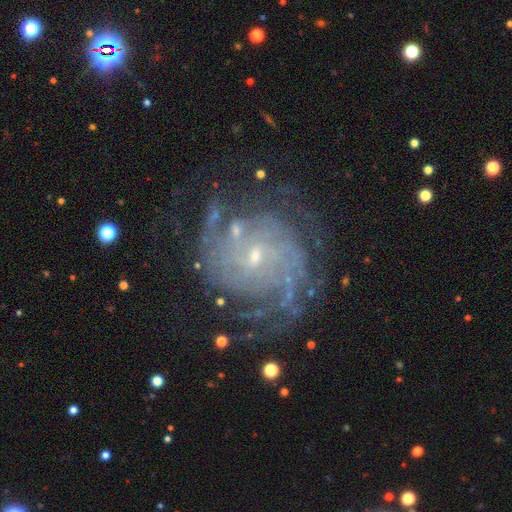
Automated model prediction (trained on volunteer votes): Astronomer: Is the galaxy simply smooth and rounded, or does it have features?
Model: featured or disk — 86%.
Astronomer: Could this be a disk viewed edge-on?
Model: no — 98%.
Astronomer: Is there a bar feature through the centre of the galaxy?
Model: no — 55% (runner-up: weak, 36%).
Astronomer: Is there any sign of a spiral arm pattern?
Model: yes — 95%.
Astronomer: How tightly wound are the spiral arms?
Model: tight — 62%.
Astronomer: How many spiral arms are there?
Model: can't tell — 35% (runner-up: 2, 16%).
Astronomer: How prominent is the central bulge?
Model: small — 80%.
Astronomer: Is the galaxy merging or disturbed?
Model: none — 69%.